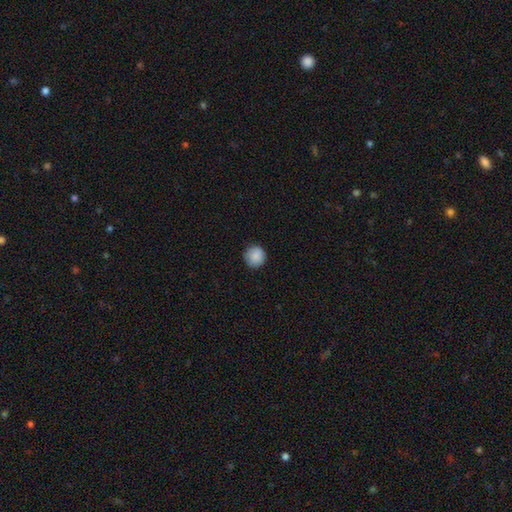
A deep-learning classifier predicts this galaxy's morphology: Smooth or featured: smooth — 88% (star or artifact — 8%)
How rounded: round — 95% (in between — 4%)
Merging: none — 89% (minor disturbance — 8%)